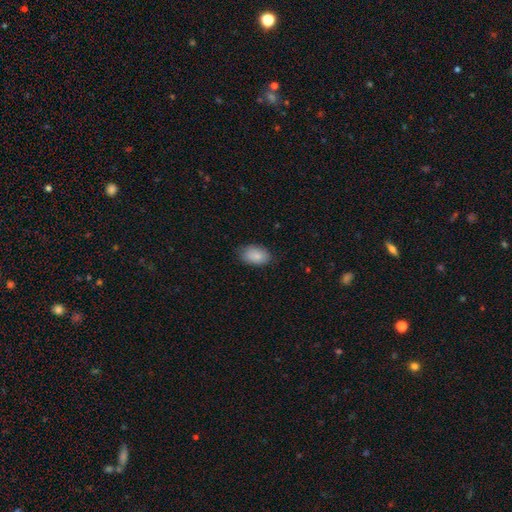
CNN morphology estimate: A smooth galaxy with no disk features (87%) that is in between round and cigar-shaped (91%).

Vote fractions:
- Smooth or featured? smooth: 87% / star or artifact: 7% / featured or disk: 6%
- How rounded? in between: 91% / round: 8% / cigar-shaped: 1%
- Merging? none: 80% / minor disturbance: 16% / major disturbance: 3% / merger: 1%